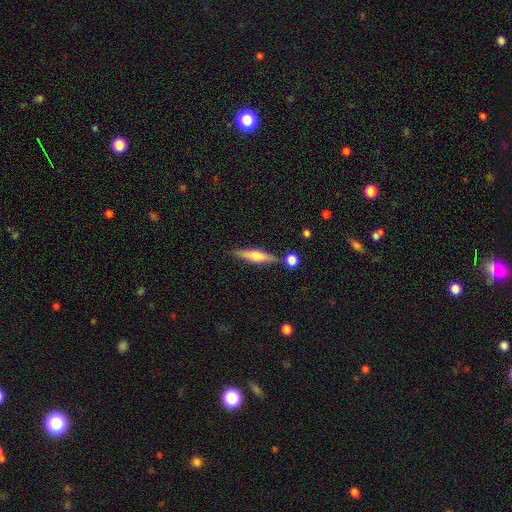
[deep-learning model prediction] Morphology: type=featured or disk (50%); edge-on=yes (95%); merging=none (80%).